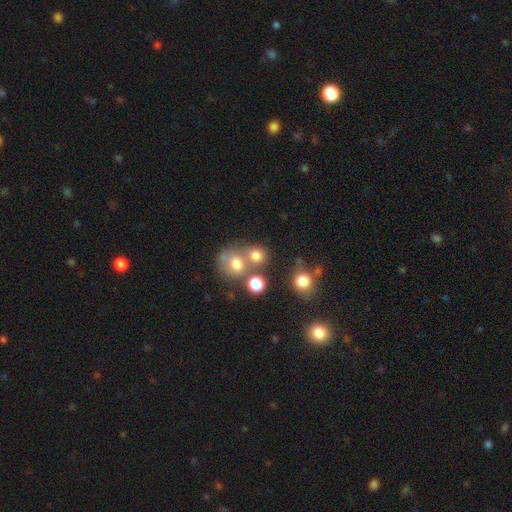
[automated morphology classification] smooth-or-featured: smooth: 73% | star or artifact: 15% | featured or disk: 11%
  how-rounded: round: 79% | in between: 20% | cigar-shaped: 1%
  merging: none: 48% | merger: 37% | minor disturbance: 10% | major disturbance: 5%